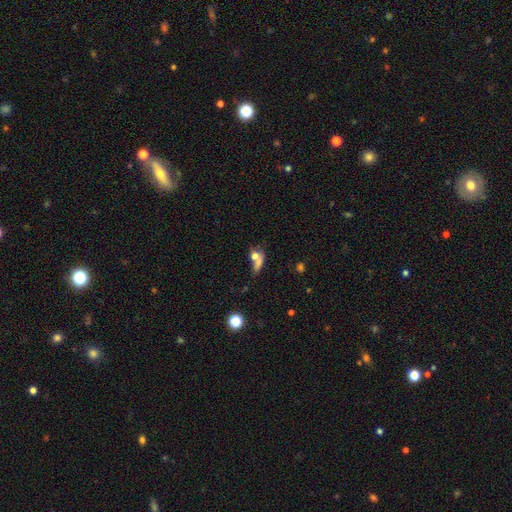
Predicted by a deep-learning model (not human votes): Q: Smooth or featured?
A: smooth (64%); runner-up: featured or disk (23%)
Q: How rounded?
A: in between (51%); runner-up: round (32%)
Q: Merging?
A: merger (49%); runner-up: none (27%)